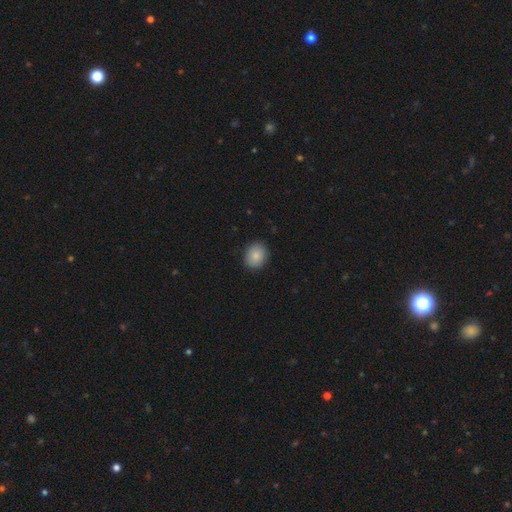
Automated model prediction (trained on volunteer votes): Morphology: type=smooth (86%); roundness=round (62%); merging=none (89%).